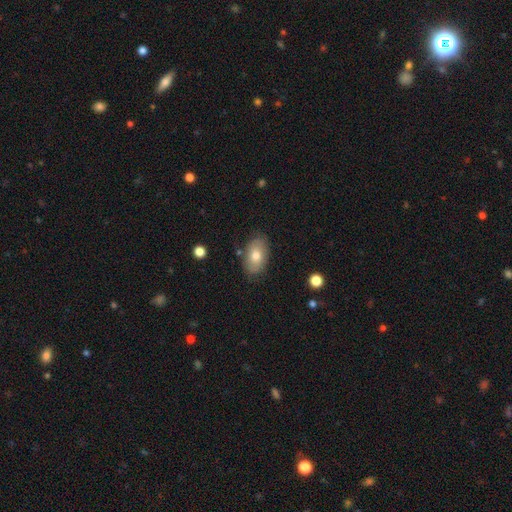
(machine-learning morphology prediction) Smooth or featured?
  - smooth: 72% *
  - featured or disk: 21%
  - star or artifact: 7%
How rounded?
  - in between: 92% *
  - round: 7%
  - cigar-shaped: 2%
Merging?
  - none: 82% *
  - minor disturbance: 13%
  - major disturbance: 3%
  - merger: 2%